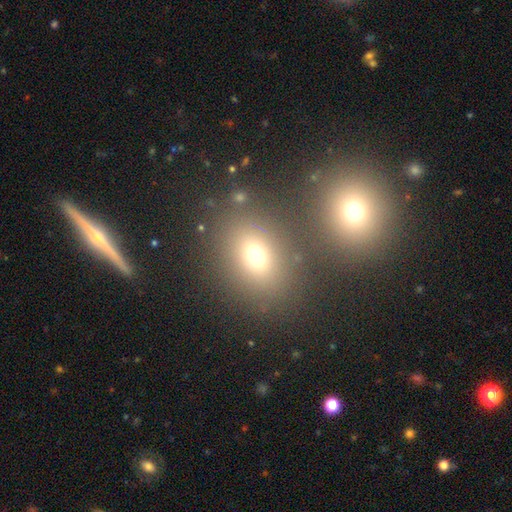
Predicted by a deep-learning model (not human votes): Smooth or featured? Predicted: smooth (p=0.69). How rounded? Predicted: in between (p=0.56). Merging? Predicted: none (p=0.72).